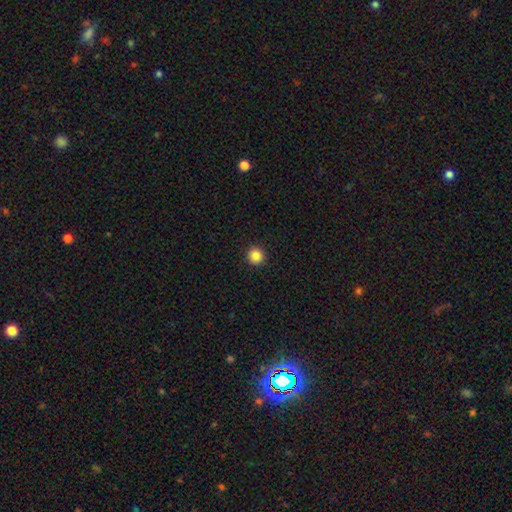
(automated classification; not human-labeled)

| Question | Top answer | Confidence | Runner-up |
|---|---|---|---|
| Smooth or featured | smooth | 86% | star or artifact (10%) |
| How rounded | round | 95% | in between (4%) |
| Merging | none | 93% | minor disturbance (4%) |